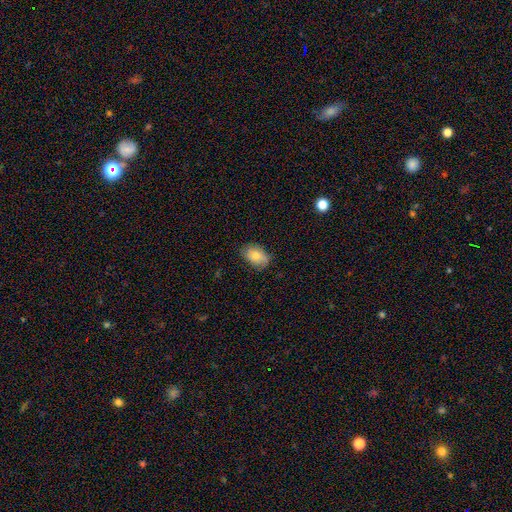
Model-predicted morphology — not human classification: Smooth or featured? Predicted: smooth (p=0.72). How rounded? Predicted: in between (p=0.83). Merging? Predicted: none (p=0.72).